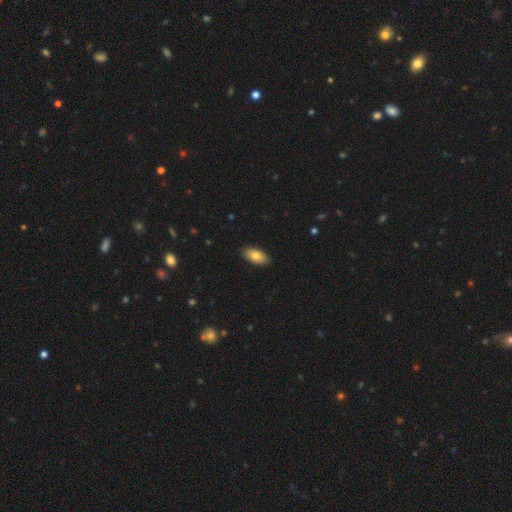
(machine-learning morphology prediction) This is likely a smooth galaxy (79%). How rounded: clearly in between (93%). Merging: clearly none (89%).